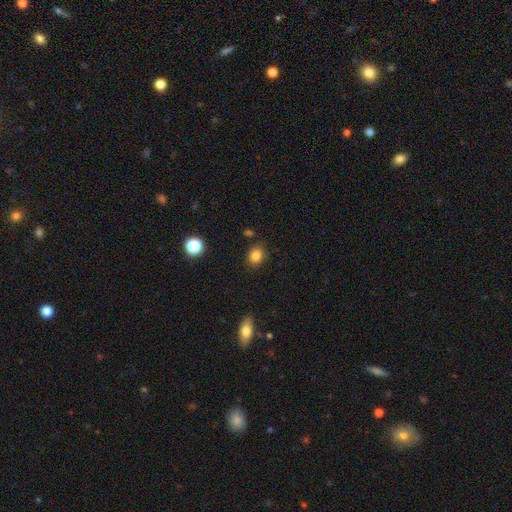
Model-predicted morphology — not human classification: A smooth galaxy with no disk features (83%) that is round (66%). Merging: none (84%).